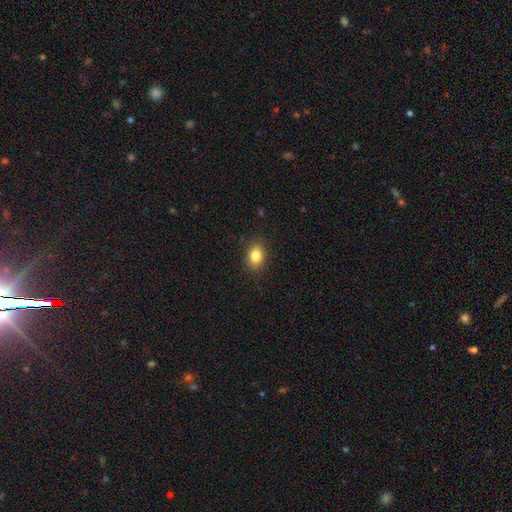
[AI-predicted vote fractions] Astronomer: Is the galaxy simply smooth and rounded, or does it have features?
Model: smooth — 84%.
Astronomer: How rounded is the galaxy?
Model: in between — 76%.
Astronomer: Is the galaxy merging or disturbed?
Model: none — 87%.